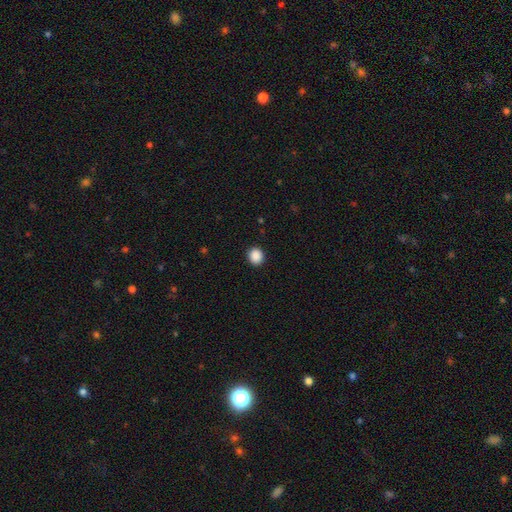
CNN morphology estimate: Smooth or featured: smooth — 89% (star or artifact — 9%)
How rounded: round — 78% (in between — 21%)
Merging: none — 91% (minor disturbance — 6%)